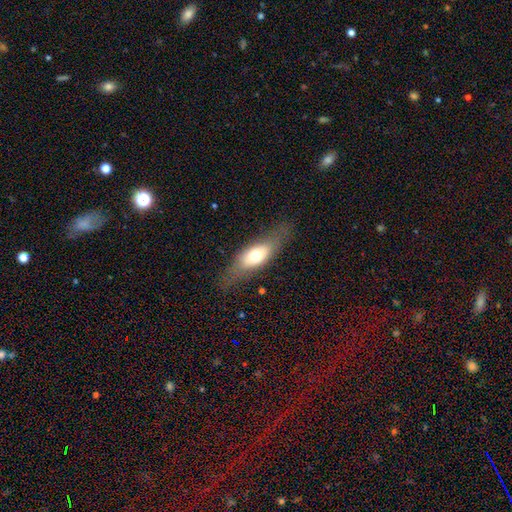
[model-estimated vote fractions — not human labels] A smooth galaxy with no disk features (56%) that is in between round and cigar-shaped (67%).

Vote fractions:
- Smooth or featured? smooth: 56% / featured or disk: 37% / star or artifact: 7%
- How rounded? in between: 67% / cigar-shaped: 28% / round: 5%
- Merging? none: 71% / minor disturbance: 18% / major disturbance: 9% / merger: 1%